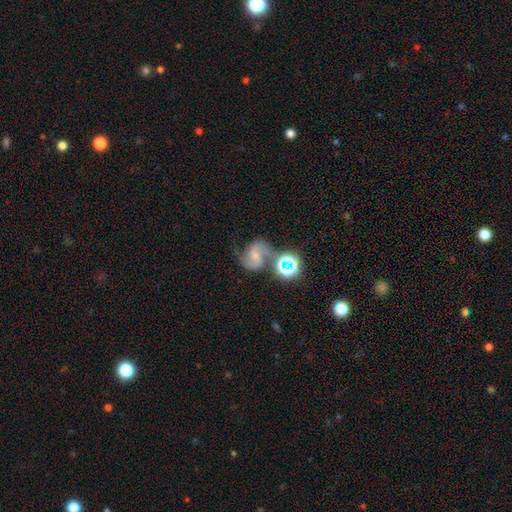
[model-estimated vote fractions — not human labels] smooth-or-featured: featured or disk: 75% | star or artifact: 13% | smooth: 13%
  disk-edge-on: no: 98% | yes: 2%
    bar: weak: 46% | no: 39% | strong: 15%
    has-spiral-arms: yes: 96% | no: 4%
      spiral-winding: medium: 54% | loose: 34% | tight: 12%
      spiral-arm-count: 2: 92% | can't tell: 3% | 1: 2% | 3: 1% | 4: 1% | more than 4: 1%
    bulge-size: small: 40% | moderate: 33% | none: 21% | large: 5% | dominant: 2%
  merging: none: 57% | minor disturbance: 17% | merger: 16% | major disturbance: 9%